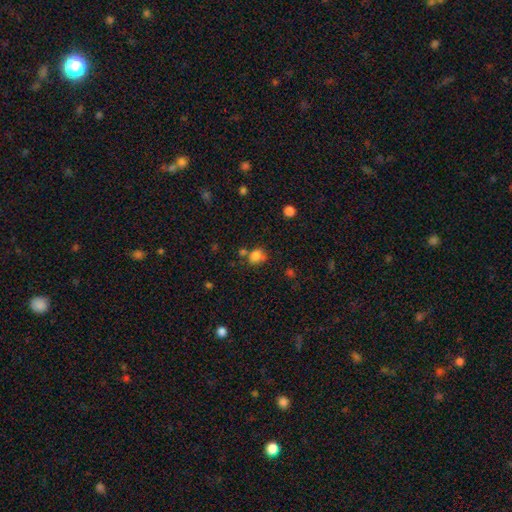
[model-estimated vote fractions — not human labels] smooth 79%, star or artifact 12%, featured or disk 9%. Down the decision tree: how rounded — round (62%); merging — none (53%).